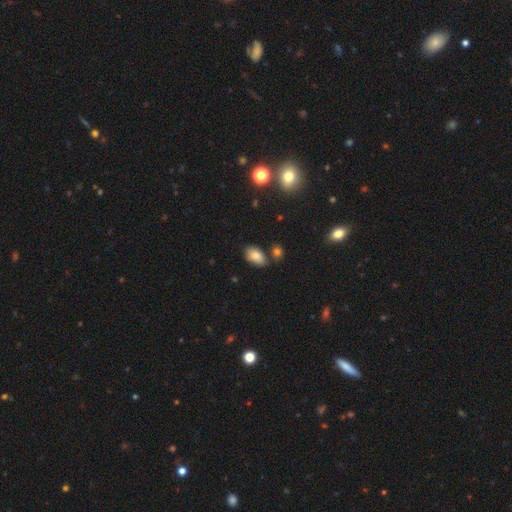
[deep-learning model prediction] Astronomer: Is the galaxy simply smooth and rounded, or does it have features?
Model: smooth — 78%.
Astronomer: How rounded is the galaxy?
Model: in between — 92%.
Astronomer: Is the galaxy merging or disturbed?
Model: none — 72%.